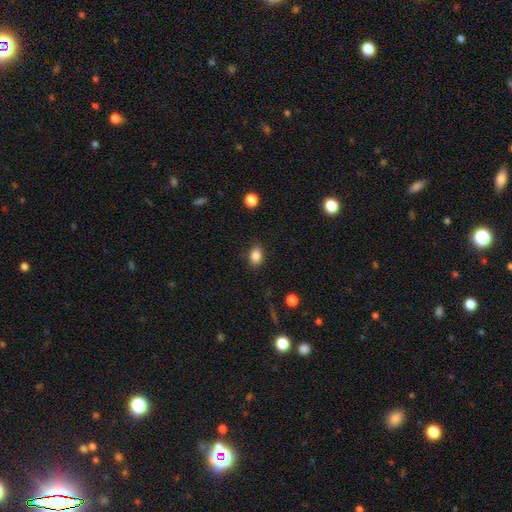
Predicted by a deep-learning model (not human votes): Overall: smooth (86%). How rounded: in between (71%). Merging: none (85%).